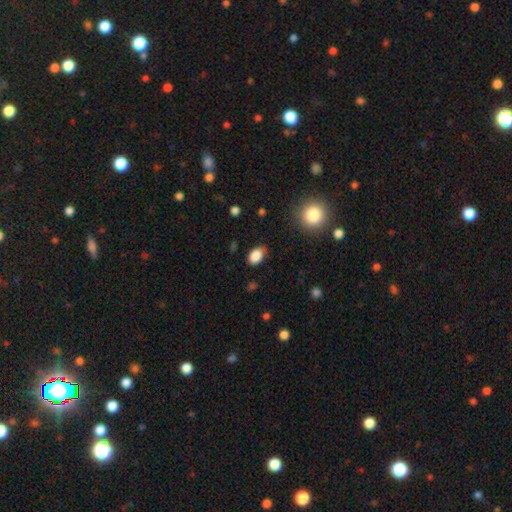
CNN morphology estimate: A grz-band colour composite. It shows a smooth galaxy with no disk features (86%) that is in between round and cigar-shaped (82%). Merging: none (78%).